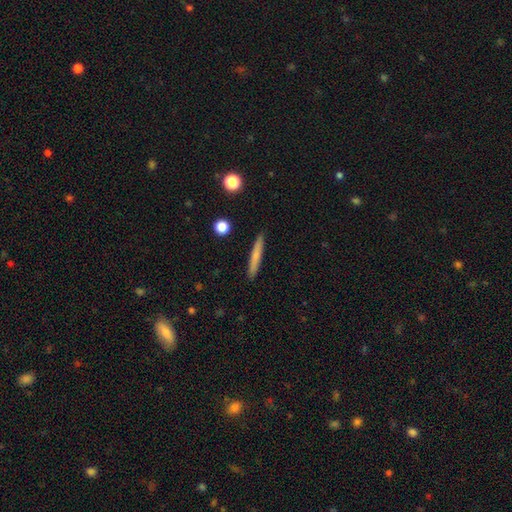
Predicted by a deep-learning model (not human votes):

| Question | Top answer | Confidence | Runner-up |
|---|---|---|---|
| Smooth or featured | smooth | 69% | featured or disk (24%) |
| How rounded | cigar-shaped | 95% | in between (3%) |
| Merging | none | 92% | minor disturbance (6%) |